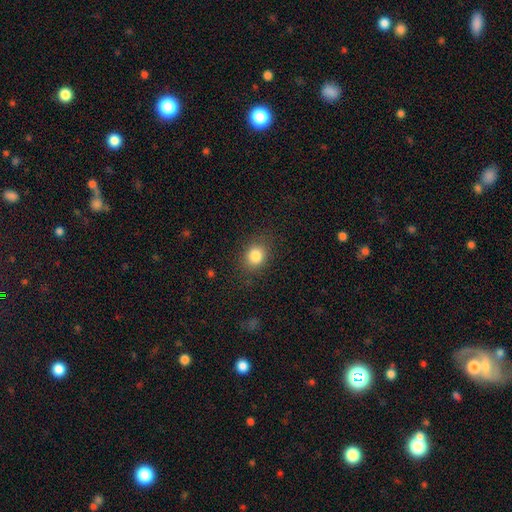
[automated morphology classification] Smooth or featured?
  - smooth: 84% *
  - star or artifact: 11%
  - featured or disk: 5%
How rounded?
  - round: 62% *
  - in between: 37%
  - cigar-shaped: 1%
Merging?
  - none: 83% *
  - minor disturbance: 11%
  - major disturbance: 4%
  - merger: 1%